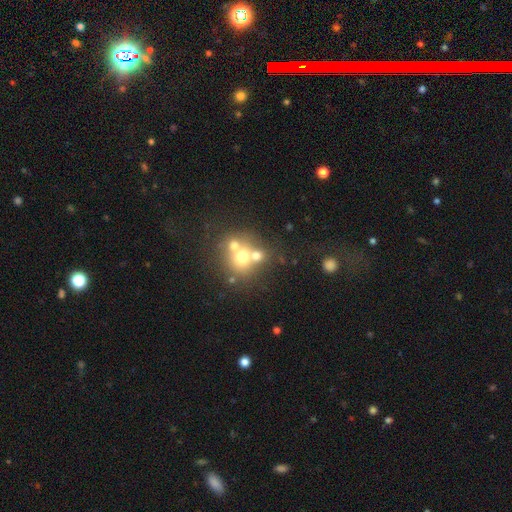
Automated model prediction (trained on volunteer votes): This is likely a smooth galaxy (60%). How rounded: likely round (78%). Merging: possibly merger (52%).